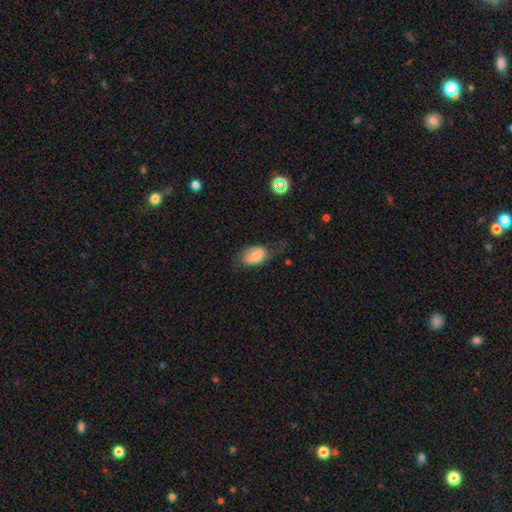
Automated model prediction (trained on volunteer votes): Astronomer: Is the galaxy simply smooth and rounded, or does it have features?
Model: smooth — 72%.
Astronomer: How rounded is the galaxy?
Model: in between — 88%.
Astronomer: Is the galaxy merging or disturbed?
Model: none — 53% (runner-up: minor disturbance, 31%).